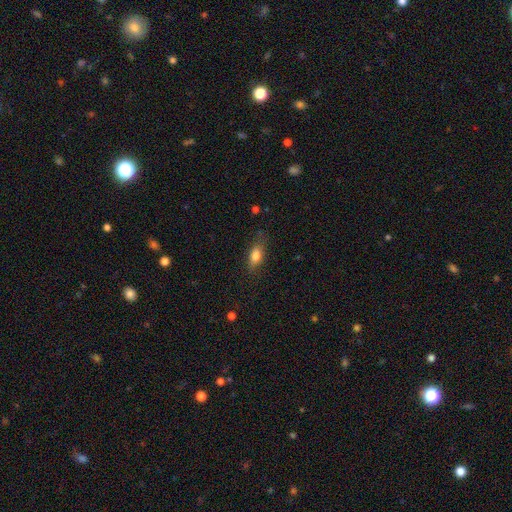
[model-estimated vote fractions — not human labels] Smooth or featured?
  - smooth: 78% *
  - featured or disk: 13%
  - star or artifact: 8%
How rounded?
  - in between: 77% *
  - cigar-shaped: 17%
  - round: 6%
Merging?
  - none: 73% *
  - minor disturbance: 20%
  - major disturbance: 6%
  - merger: 1%